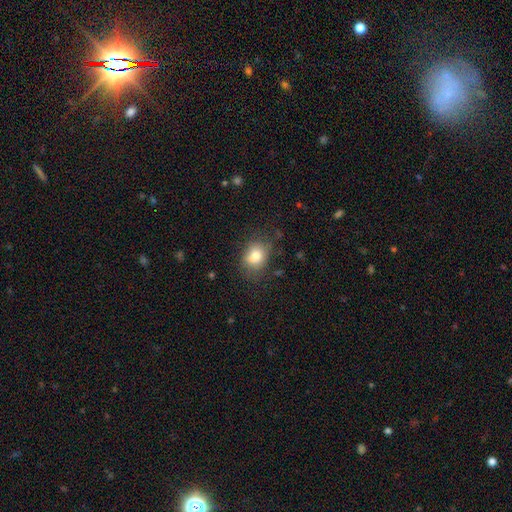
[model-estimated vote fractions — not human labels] Q: Smooth or featured?
A: smooth (79%); runner-up: featured or disk (11%)
Q: How rounded?
A: in between (52%); runner-up: round (47%)
Q: Merging?
A: none (69%); runner-up: minor disturbance (21%)